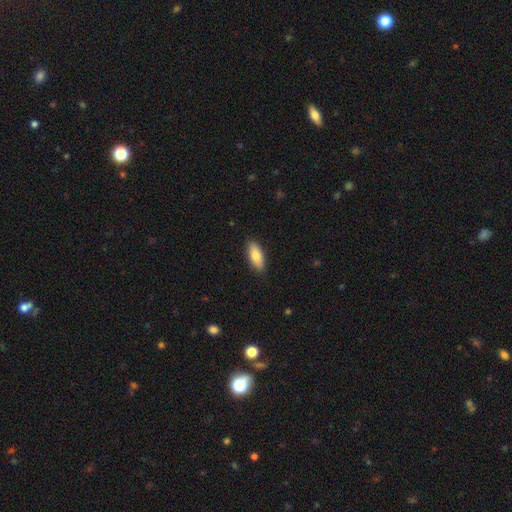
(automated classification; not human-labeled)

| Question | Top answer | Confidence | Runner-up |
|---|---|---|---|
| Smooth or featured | smooth | 79% | featured or disk (14%) |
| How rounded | in between | 81% | cigar-shaped (17%) |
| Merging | none | 88% | minor disturbance (9%) |